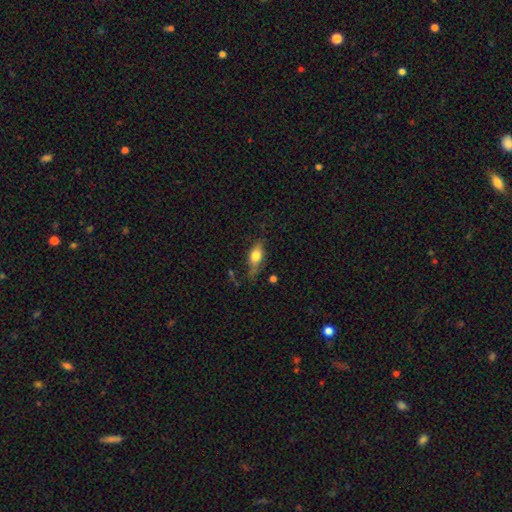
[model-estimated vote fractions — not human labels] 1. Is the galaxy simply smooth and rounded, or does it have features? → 69% smooth, 23% featured or disk, 8% star or artifact.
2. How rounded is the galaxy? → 76% in between, 16% cigar-shaped, 8% round.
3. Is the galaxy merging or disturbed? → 55% none, 29% minor disturbance, 12% major disturbance, 4% merger.